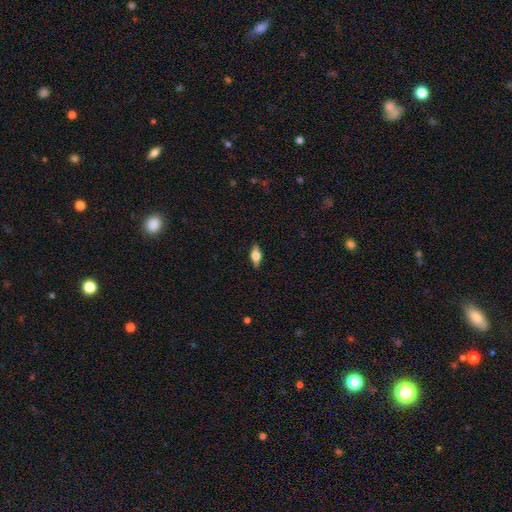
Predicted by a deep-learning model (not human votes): Q: Smooth or featured?
A: smooth (50%); runner-up: featured or disk (42%)
Q: Merging?
A: none (87%); runner-up: minor disturbance (10%)